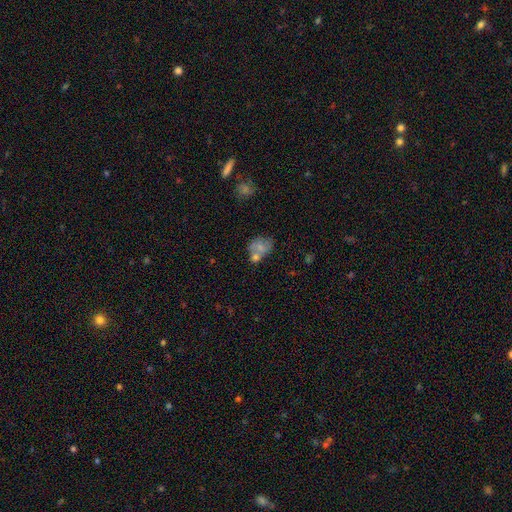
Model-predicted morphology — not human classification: This is possibly a smooth galaxy (57%). How rounded: possibly in between (57%). Merging: marginally merger (40%).